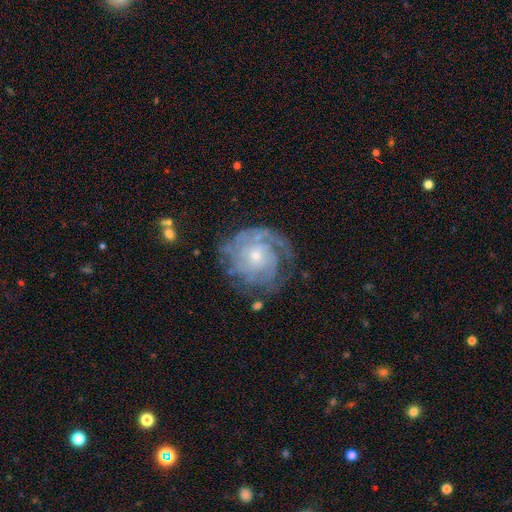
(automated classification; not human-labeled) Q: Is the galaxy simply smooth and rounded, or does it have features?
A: featured or disk — 83%.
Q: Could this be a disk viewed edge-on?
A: no — 98%.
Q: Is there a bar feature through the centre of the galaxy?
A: no — 76%.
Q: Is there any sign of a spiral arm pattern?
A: yes — 92%.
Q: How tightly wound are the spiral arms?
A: tight — 68%.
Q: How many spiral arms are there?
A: can't tell — 41%.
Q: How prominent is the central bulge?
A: small — 64%.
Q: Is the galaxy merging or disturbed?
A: none — 67%.